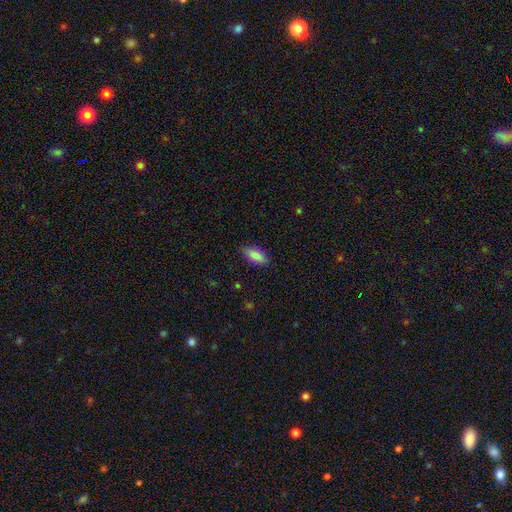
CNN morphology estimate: type=smooth (87%); roundness=in between (87%); merging=none (83%).